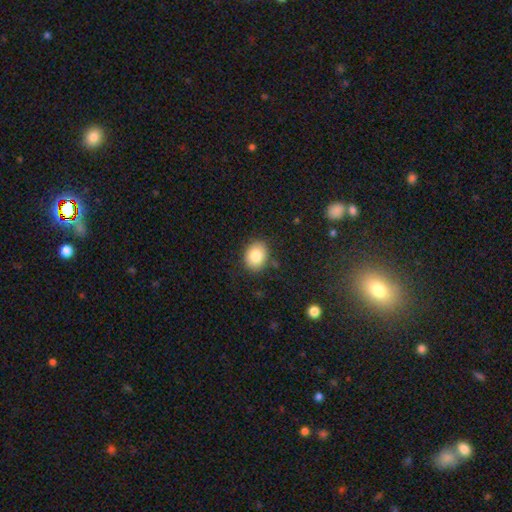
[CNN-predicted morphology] Smooth or featured? Predicted: smooth (p=0.84). How rounded? Predicted: in between (p=0.54). Merging? Predicted: none (p=0.83).